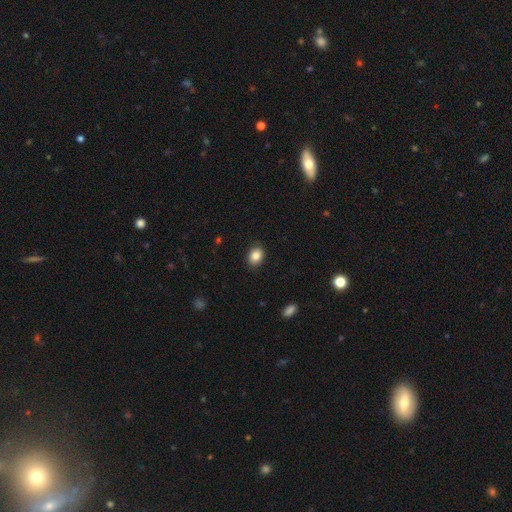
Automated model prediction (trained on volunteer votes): The model was most divided on "how rounded": in between: 64%, round: 35%, cigar-shaped: 1%. More confident: merging — none (88%); smooth or featured — smooth (86%).